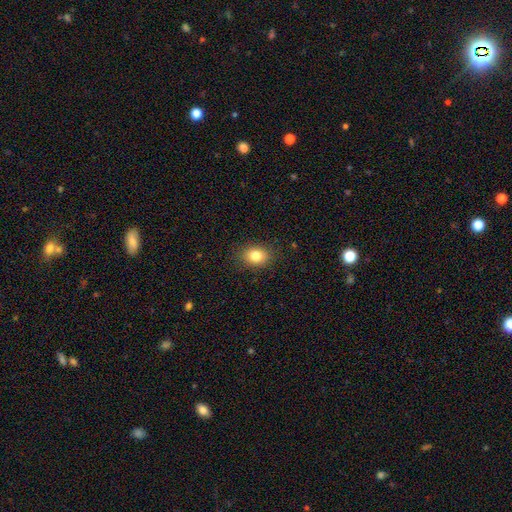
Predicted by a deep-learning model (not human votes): Morphology: type=smooth (82%); roundness=in between (61%); merging=none (88%).